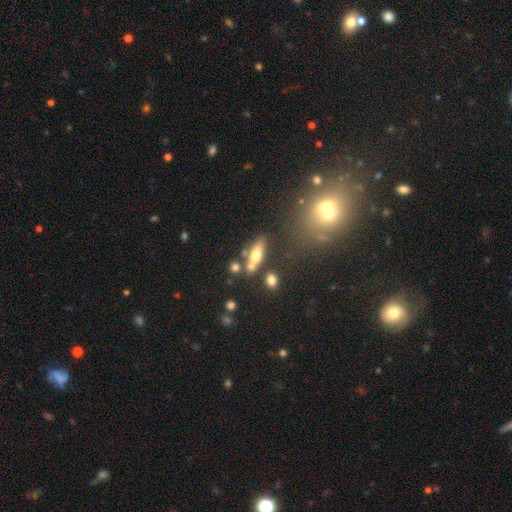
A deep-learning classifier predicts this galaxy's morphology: This appears to be a smooth galaxy with no disk features (61%) that is in between round and cigar-shaped (56%). Merging: none (58%).